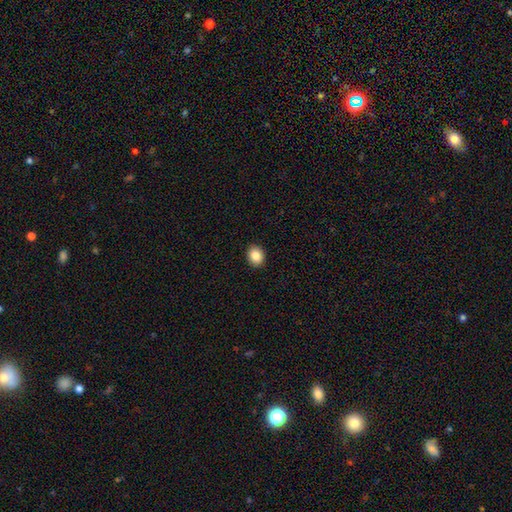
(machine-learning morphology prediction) A smooth galaxy with no disk features (85%) that is round (52%). Merging: none (92%).